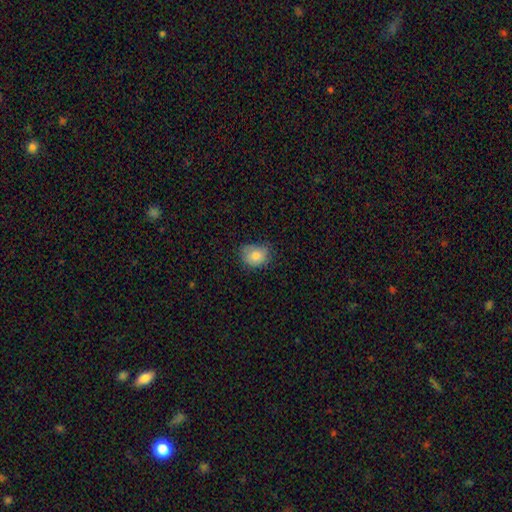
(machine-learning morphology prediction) This is clearly a smooth galaxy (82%). How rounded: likely round (60%). Merging: likely none (61%).